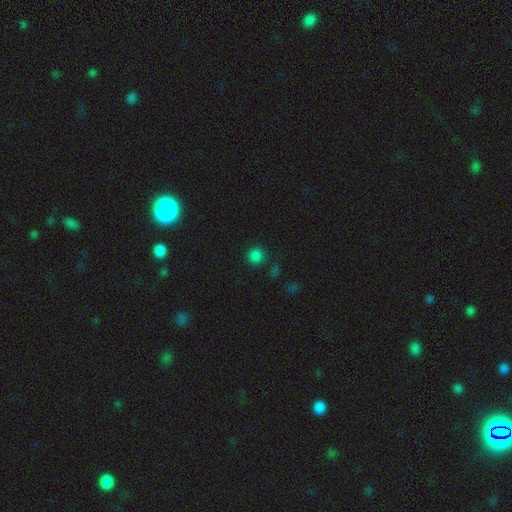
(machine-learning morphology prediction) This appears to be a smooth galaxy with no disk features (81%) that is round (93%). Merging: none (85%).